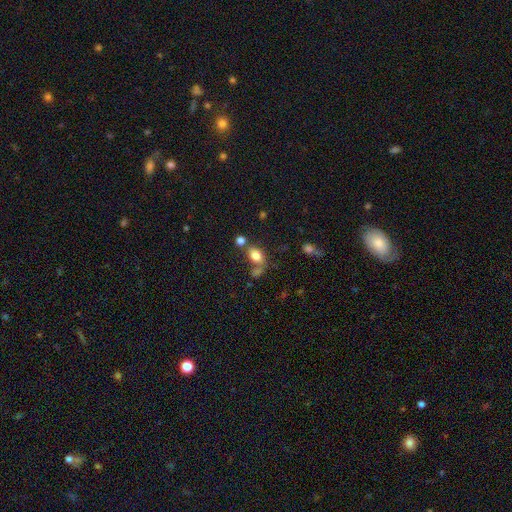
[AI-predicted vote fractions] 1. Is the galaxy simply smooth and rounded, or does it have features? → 79% smooth, 10% featured or disk, 10% star or artifact.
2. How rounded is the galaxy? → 82% in between, 16% round, 2% cigar-shaped.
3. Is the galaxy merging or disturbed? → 50% none, 27% merger, 15% minor disturbance, 8% major disturbance.